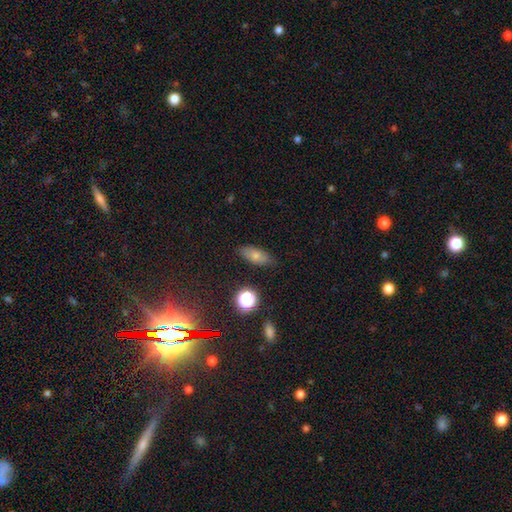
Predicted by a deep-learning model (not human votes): smooth-or-featured: smooth: 72% | featured or disk: 16% | star or artifact: 12%
  how-rounded: in between: 79% | cigar-shaped: 13% | round: 7%
  merging: none: 81% | minor disturbance: 14% | major disturbance: 3% | merger: 2%